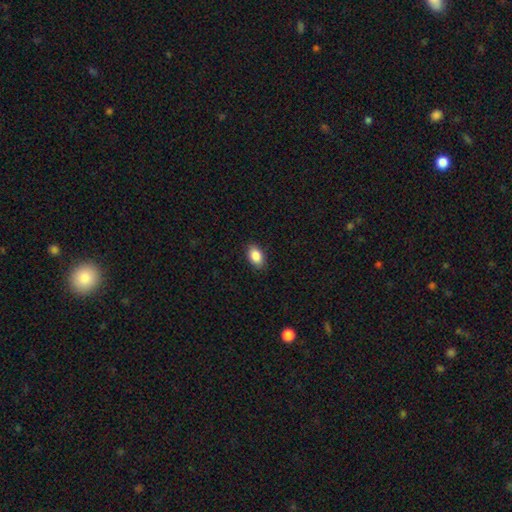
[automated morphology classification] Smooth or featured? smooth (87%)
How rounded? in between (90%)
Merging? none (88%)